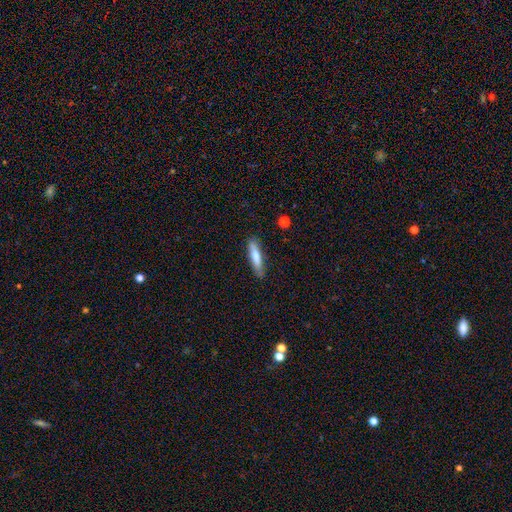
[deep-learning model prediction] This appears to be a smooth galaxy with no disk features (70%) that is cigar-shaped (81%). Merging: none (84%).